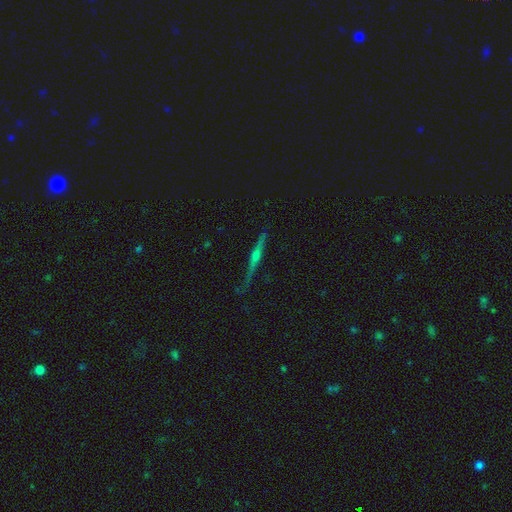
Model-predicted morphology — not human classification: This is likely a featured or disk galaxy (79%). It is clearly viewed edge-on (98%). Edge-on bulge: clearly rounded (85%). Merging: clearly none (84%).